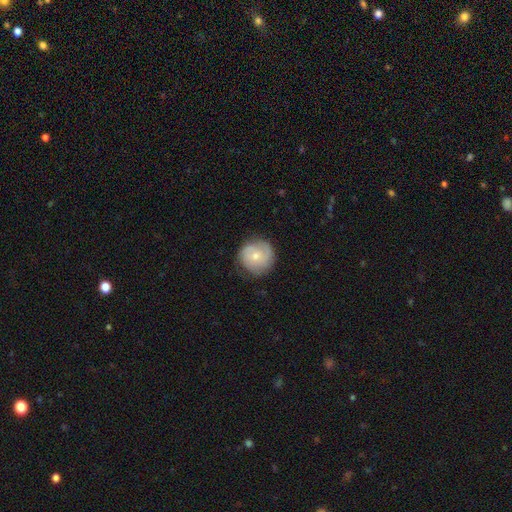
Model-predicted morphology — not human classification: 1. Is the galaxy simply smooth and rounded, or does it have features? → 50% smooth, 43% featured or disk, 7% star or artifact.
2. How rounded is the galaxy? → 93% round, 6% in between, 1% cigar-shaped.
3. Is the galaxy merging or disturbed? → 77% none, 17% minor disturbance, 5% major disturbance, 1% merger.